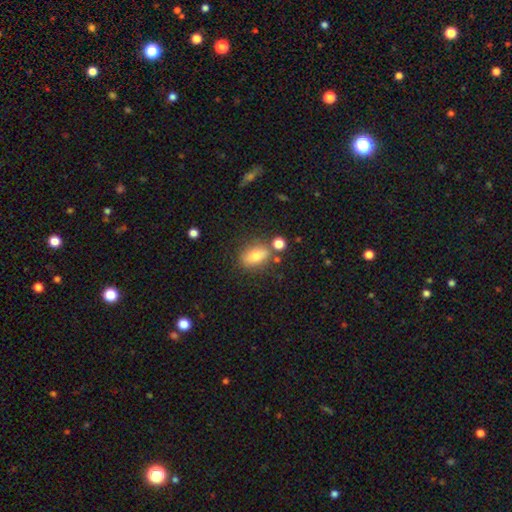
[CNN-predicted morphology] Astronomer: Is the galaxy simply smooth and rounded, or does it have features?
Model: smooth — 75%.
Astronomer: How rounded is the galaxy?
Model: in between — 80%.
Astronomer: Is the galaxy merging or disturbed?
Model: none — 73%.